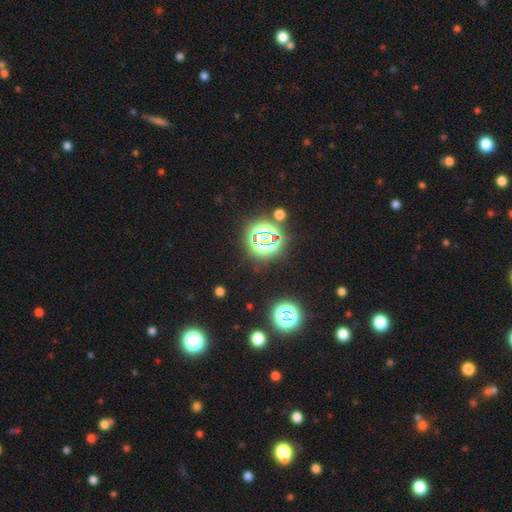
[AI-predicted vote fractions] Smooth or featured? star or artifact (82%)